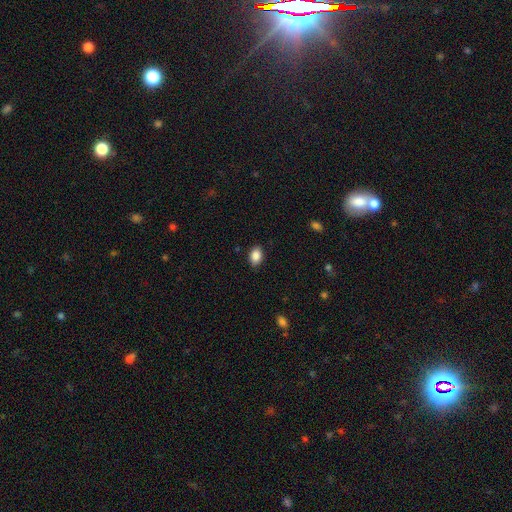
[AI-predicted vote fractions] Smooth or featured: smooth — 88% (star or artifact — 8%)
How rounded: in between — 83% (round — 16%)
Merging: none — 87% (minor disturbance — 10%)